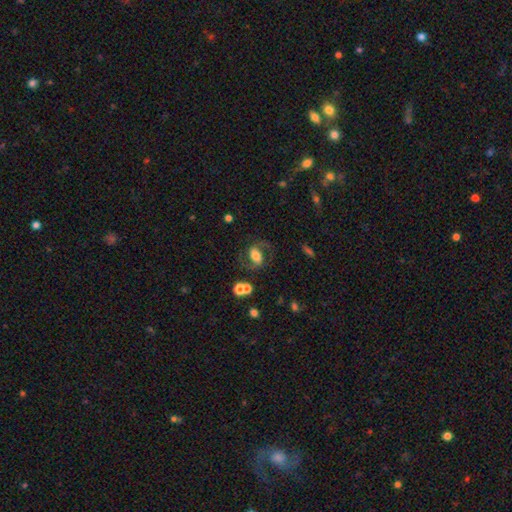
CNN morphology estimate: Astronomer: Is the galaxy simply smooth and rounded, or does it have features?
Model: featured or disk — 70%.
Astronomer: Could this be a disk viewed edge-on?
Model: no — 96%.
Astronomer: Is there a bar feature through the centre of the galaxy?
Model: weak — 38% (runner-up: strong, 32%).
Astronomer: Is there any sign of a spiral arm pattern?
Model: yes — 91%.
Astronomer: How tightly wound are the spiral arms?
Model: medium — 56%.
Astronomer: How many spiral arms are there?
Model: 2 — 91%.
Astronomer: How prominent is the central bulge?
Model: moderate — 48% (runner-up: large, 29%).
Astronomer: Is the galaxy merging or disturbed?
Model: none — 70%.